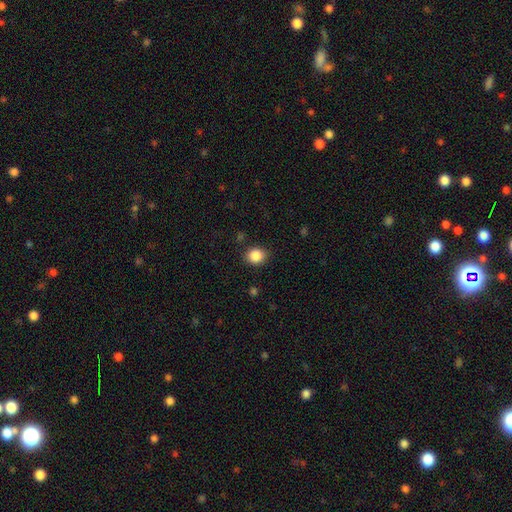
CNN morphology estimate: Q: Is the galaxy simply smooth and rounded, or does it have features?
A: smooth — 87%.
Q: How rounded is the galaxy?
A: round — 74%.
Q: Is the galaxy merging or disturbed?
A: none — 86%.